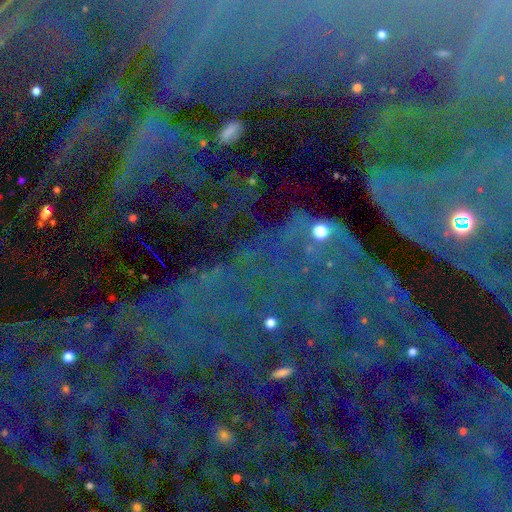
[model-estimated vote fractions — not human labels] This is clearly a star or artifact rather than a galaxy (82%).